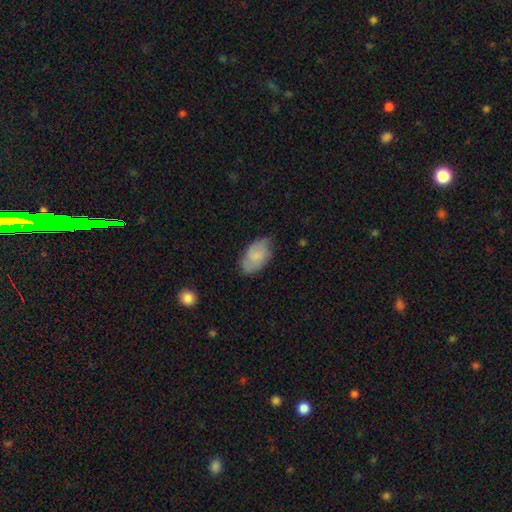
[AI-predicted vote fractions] Morphology: type=smooth (66%); roundness=in between (93%); merging=none (69%).